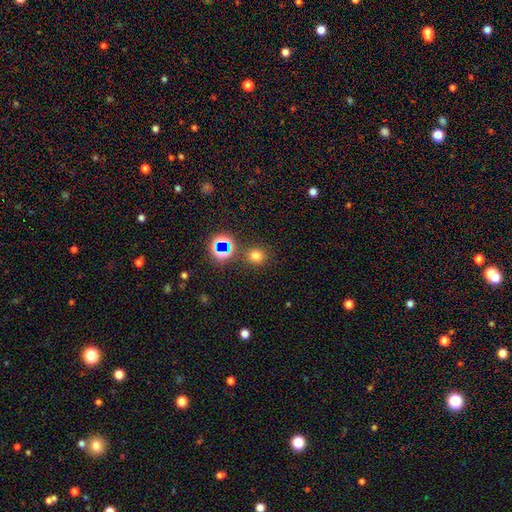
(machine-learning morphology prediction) Overall: smooth (70%). How rounded: round (88%). Merging: none (85%).